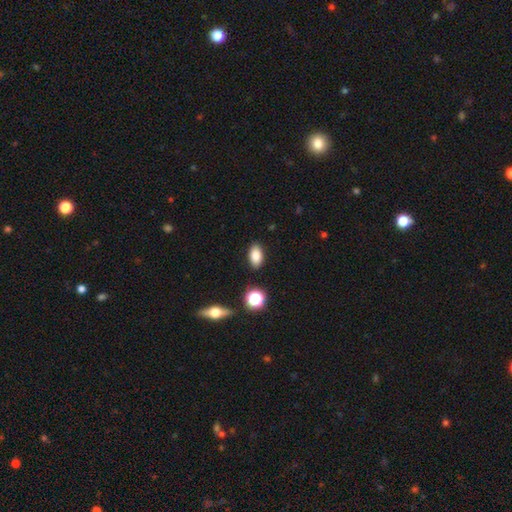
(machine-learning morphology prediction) Smooth or featured: smooth — 83% (star or artifact — 10%)
How rounded: in between — 89% (round — 7%)
Merging: none — 87% (minor disturbance — 8%)